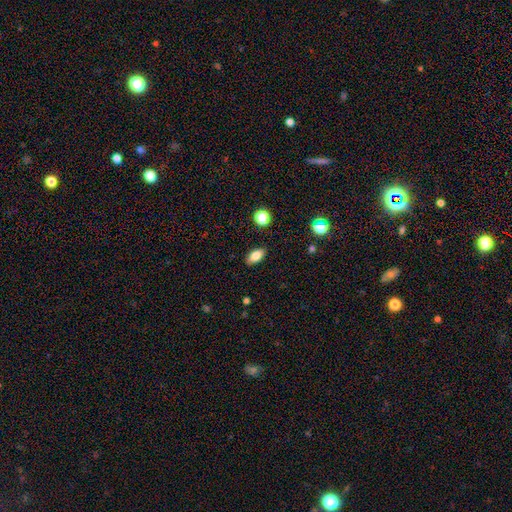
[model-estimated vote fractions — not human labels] A smooth galaxy with no disk features (80%) that is in between round and cigar-shaped (87%).

Vote fractions:
- Smooth or featured? smooth: 80% / featured or disk: 11% / star or artifact: 9%
- How rounded? in between: 87% / cigar-shaped: 8% / round: 4%
- Merging? none: 88% / minor disturbance: 8% / major disturbance: 2% / merger: 1%